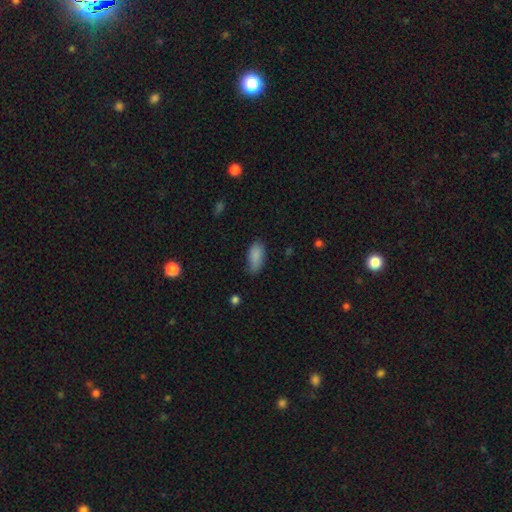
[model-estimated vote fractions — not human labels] Overall: smooth (86%). How rounded: in between (91%). Merging: none (63%; minor disturbance 29%).